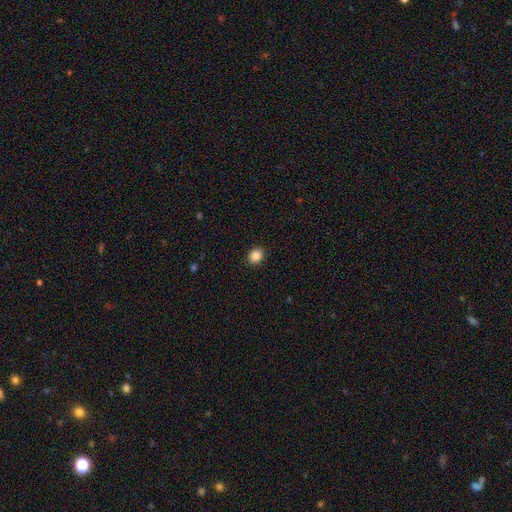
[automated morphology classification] The model was most divided on "how rounded": round: 67%, in between: 32%, cigar-shaped: 1%. More confident: merging — none (91%); smooth or featured — smooth (86%).